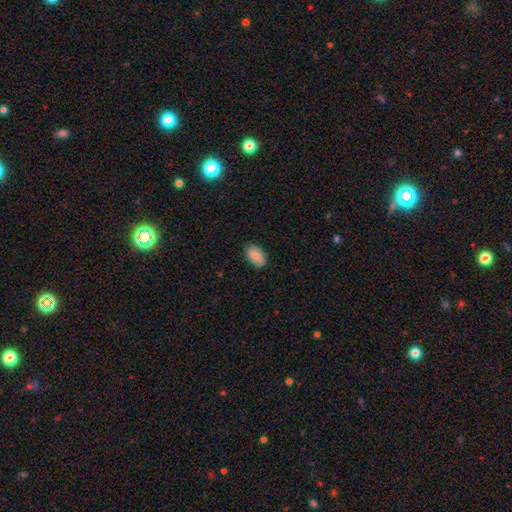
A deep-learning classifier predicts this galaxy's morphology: smooth 84%, featured or disk 10%, star or artifact 7%. Down the decision tree: how rounded — in between (91%); merging — none (84%).